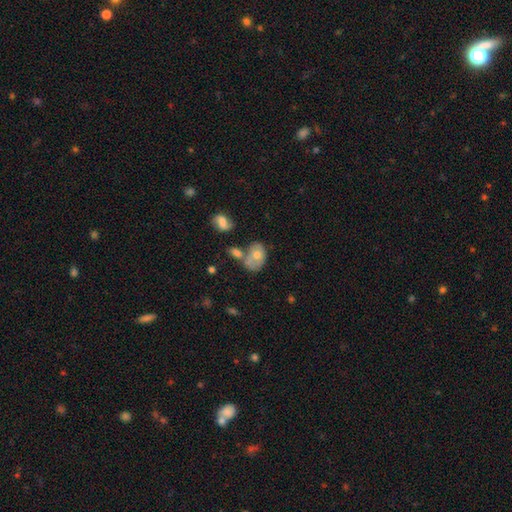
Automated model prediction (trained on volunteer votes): smooth_or_featured: smooth (p=0.63) [alt: featured or disk p=0.30]
how_rounded: in between (p=0.80) [alt: round p=0.19]
merging: none (p=0.34) [alt: merger p=0.33]